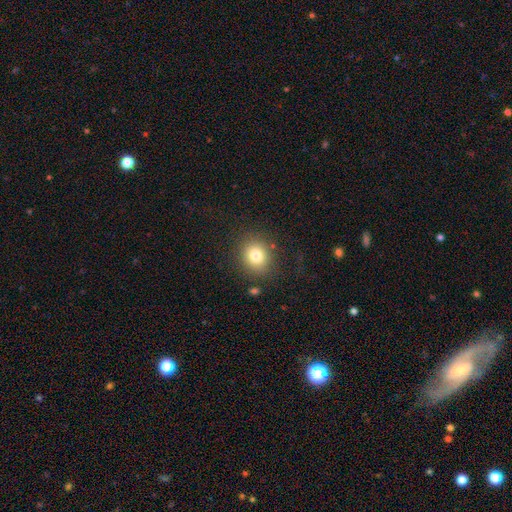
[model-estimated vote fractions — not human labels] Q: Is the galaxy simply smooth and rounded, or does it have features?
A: smooth — 79%.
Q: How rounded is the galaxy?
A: round — 74%.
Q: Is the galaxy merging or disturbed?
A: none — 84%.